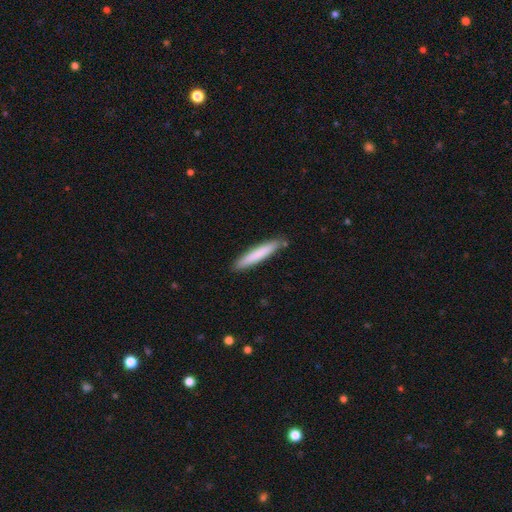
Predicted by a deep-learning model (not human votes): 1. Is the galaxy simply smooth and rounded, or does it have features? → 80% smooth, 15% featured or disk, 5% star or artifact.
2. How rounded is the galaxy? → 93% cigar-shaped, 6% in between, 1% round.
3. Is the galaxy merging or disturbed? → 87% none, 10% minor disturbance, 2% merger, 2% major disturbance.